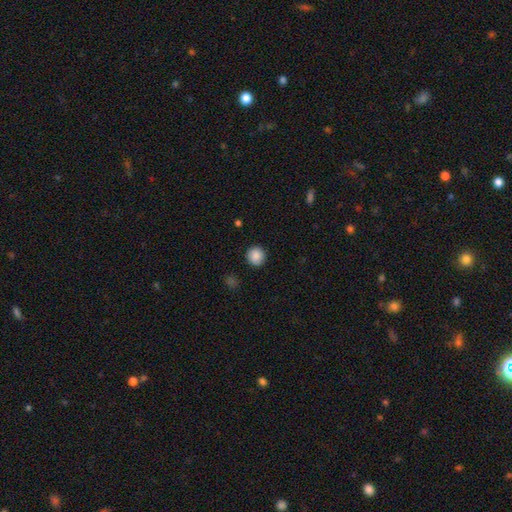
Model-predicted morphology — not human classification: Smooth or featured: smooth — 88% (star or artifact — 8%)
How rounded: round — 93% (in between — 6%)
Merging: none — 90% (minor disturbance — 7%)